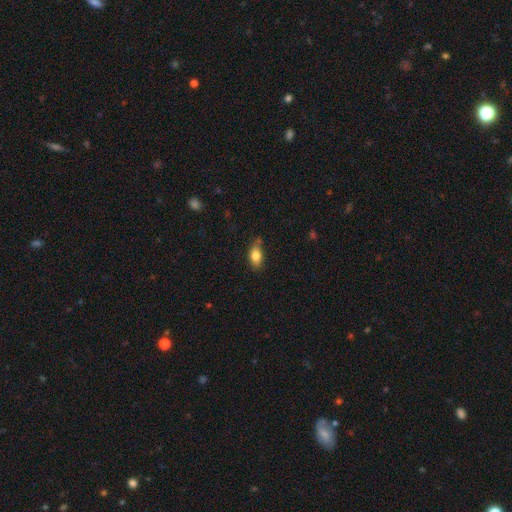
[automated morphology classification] Smooth or featured? Predicted: smooth (p=0.81). How rounded? Predicted: in between (p=0.86). Merging? Predicted: none (p=0.71).